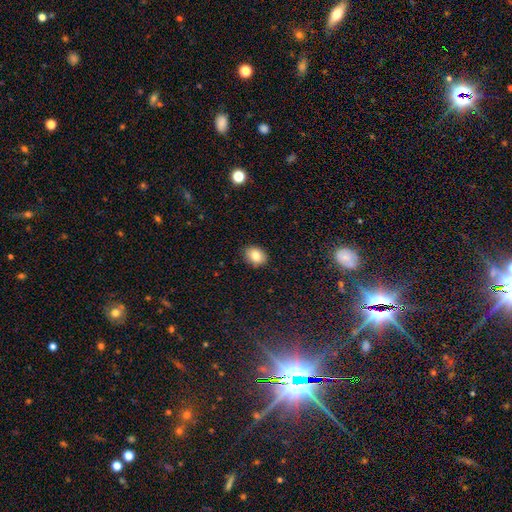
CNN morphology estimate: This is clearly a smooth galaxy (83%). How rounded: likely in between (60%). Merging: clearly none (88%).